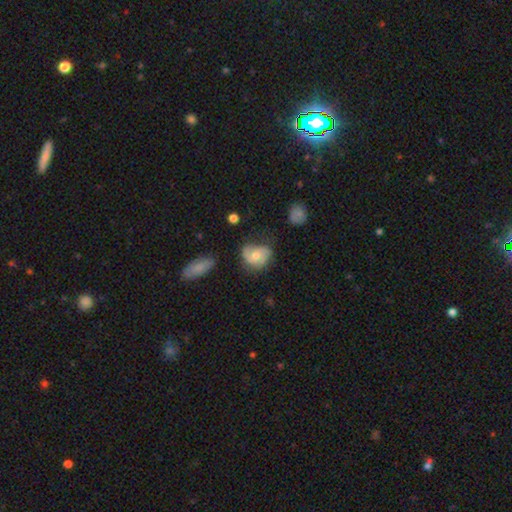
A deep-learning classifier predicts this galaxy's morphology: Smooth or featured? featured or disk (60%)
Edge-on disk? no (97%)
Bar? no (71%)
Spiral arms? yes (87%)
Spiral winding? medium (43%)
Spiral arm count? 2 (68%)
Bulge size? moderate (67%)
Merging? none (58%)